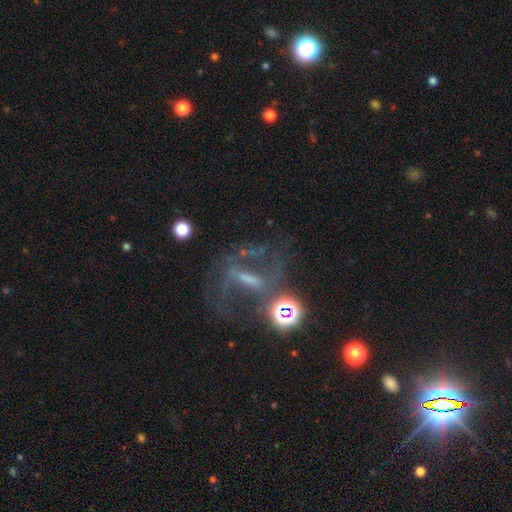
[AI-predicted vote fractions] smooth_or_featured: featured or disk (p=0.61) [alt: star or artifact p=0.28]
disk_edge_on: no (p=0.91) [alt: yes p=0.09]
bar: strong (p=0.42) [alt: weak p=0.36]
has_spiral_arms: yes (p=0.69) [alt: no p=0.31]
bulge_size: small (p=0.50) [alt: moderate p=0.25]
merging: none (p=0.49) [alt: major disturbance p=0.24]